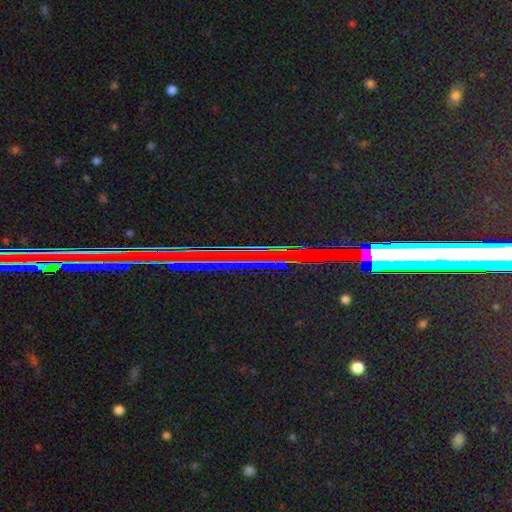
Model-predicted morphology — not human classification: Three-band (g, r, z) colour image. It shows a star or artifact, not a galaxy (82%).